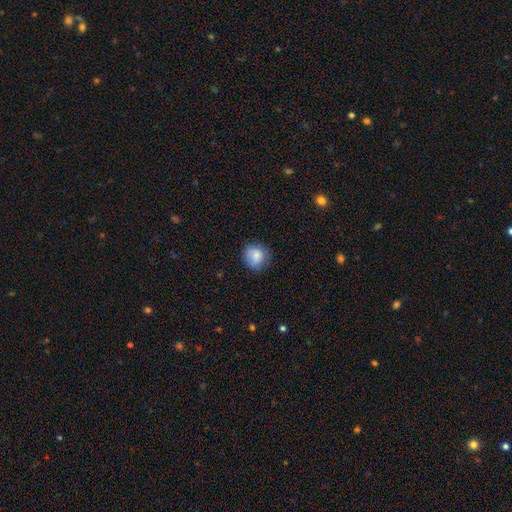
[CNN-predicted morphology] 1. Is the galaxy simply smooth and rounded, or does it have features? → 84% smooth, 8% star or artifact, 8% featured or disk.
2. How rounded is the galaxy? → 84% round, 15% in between, 1% cigar-shaped.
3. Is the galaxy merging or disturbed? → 78% none, 17% minor disturbance, 4% major disturbance, 1% merger.